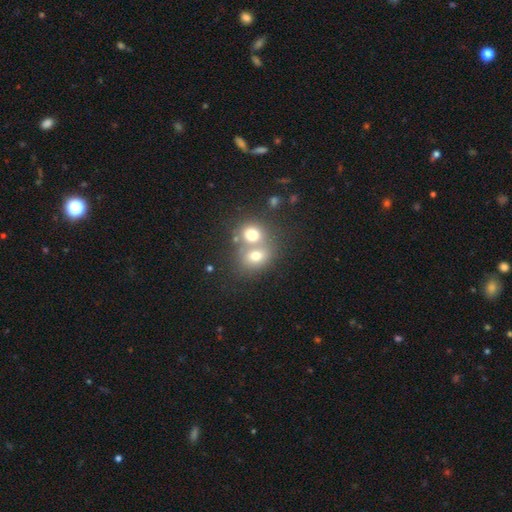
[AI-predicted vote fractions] A smooth galaxy with no disk features (70%) that is round (60%). Merging: merger (61%).